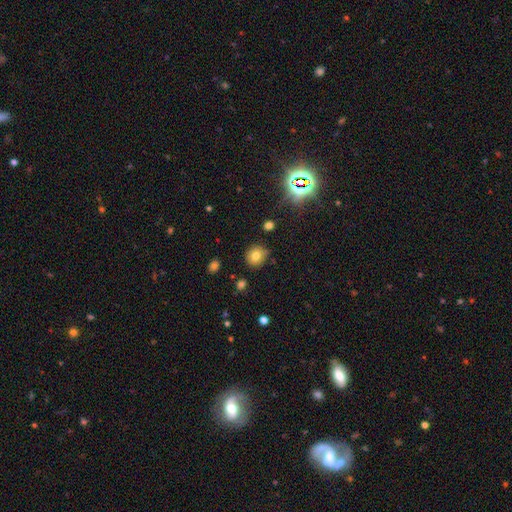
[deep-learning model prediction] smooth-or-featured: smooth: 78% | star or artifact: 13% | featured or disk: 8%
  how-rounded: round: 79% | in between: 20% | cigar-shaped: 1%
  merging: none: 81% | minor disturbance: 13% | major disturbance: 3% | merger: 3%